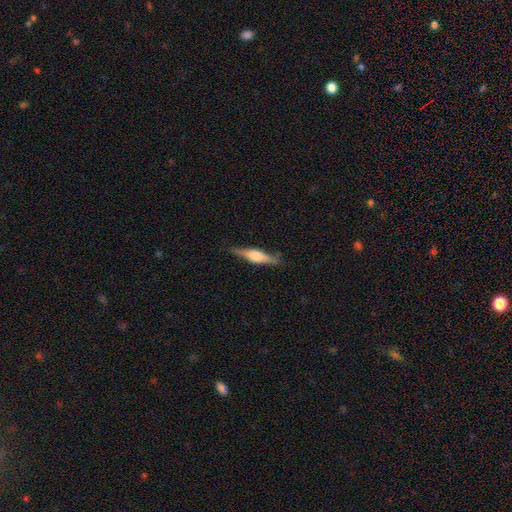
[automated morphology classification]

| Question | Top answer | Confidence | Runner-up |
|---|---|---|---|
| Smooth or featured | featured or disk | 62% | smooth (32%) |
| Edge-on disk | yes | 96% | no (4%) |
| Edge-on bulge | rounded | 82% | boxy (15%) |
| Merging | none | 84% | minor disturbance (12%) |